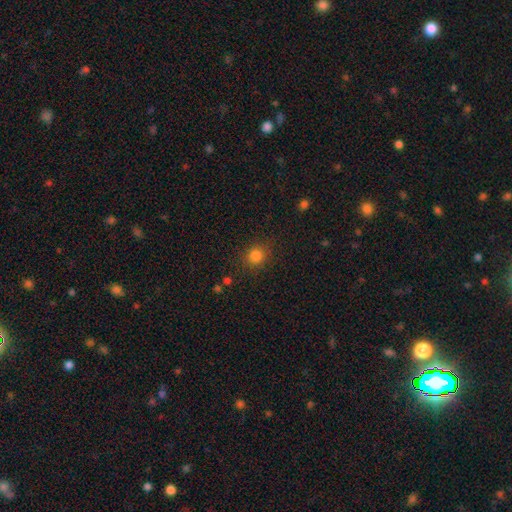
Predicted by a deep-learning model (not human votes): Q: Smooth or featured?
A: smooth (83%); runner-up: star or artifact (12%)
Q: How rounded?
A: round (82%); runner-up: in between (17%)
Q: Merging?
A: none (85%); runner-up: minor disturbance (9%)